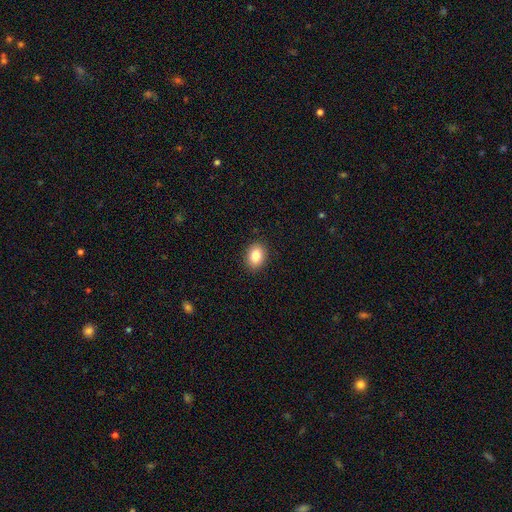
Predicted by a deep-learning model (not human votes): This appears to be a smooth galaxy with no disk features (85%) that is in between round and cigar-shaped (73%). Merging: none (90%).